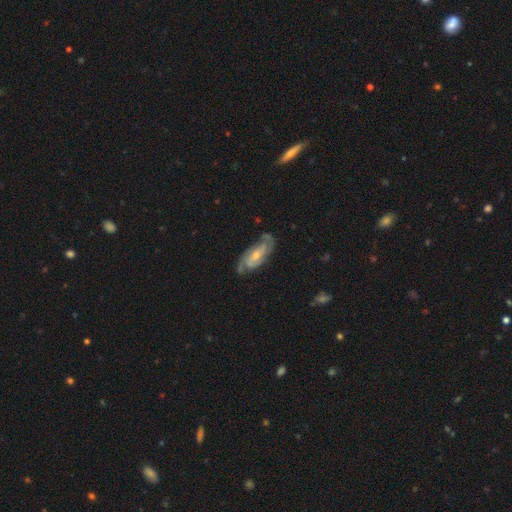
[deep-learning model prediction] Q: Smooth or featured?
A: featured or disk (82%); runner-up: smooth (13%)
Q: Edge-on disk?
A: no (93%); runner-up: yes (7%)
Q: Bar?
A: no (46%); runner-up: weak (40%)
Q: Spiral arms?
A: yes (95%); runner-up: no (5%)
Q: Spiral winding?
A: medium (45%); runner-up: tight (39%)
Q: Spiral arm count?
A: 2 (67%); runner-up: can't tell (14%)
Q: Bulge size?
A: small (53%); runner-up: moderate (42%)
Q: Merging?
A: none (69%); runner-up: minor disturbance (21%)